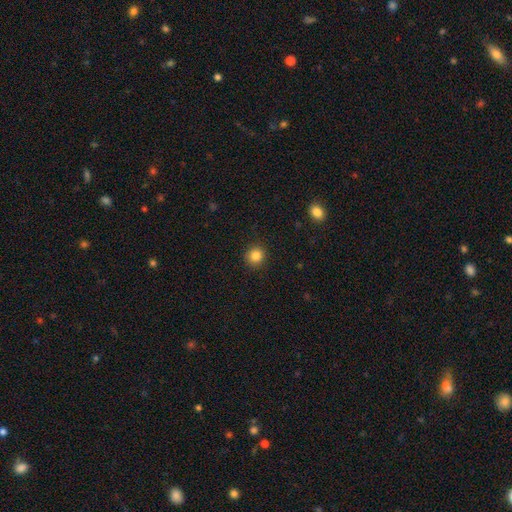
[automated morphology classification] Smooth or featured? smooth (84%)
How rounded? round (90%)
Merging? none (91%)